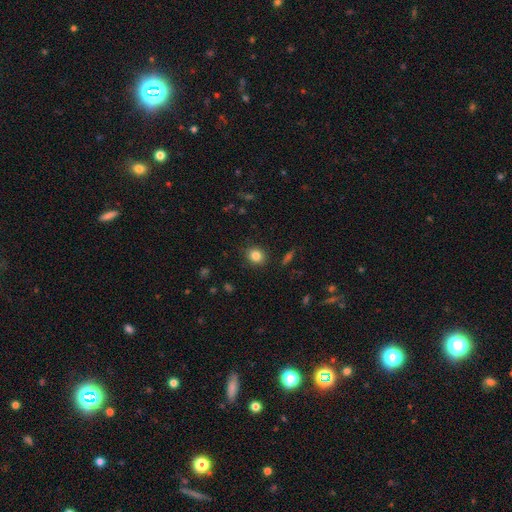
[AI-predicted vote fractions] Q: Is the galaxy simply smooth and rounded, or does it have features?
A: smooth — 83%.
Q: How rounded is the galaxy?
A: round — 77%.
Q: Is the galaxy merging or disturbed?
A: none — 89%.